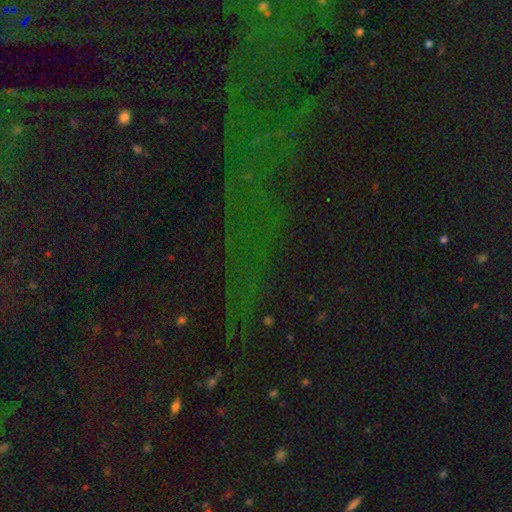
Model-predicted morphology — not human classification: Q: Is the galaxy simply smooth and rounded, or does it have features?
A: star or artifact — 81%.